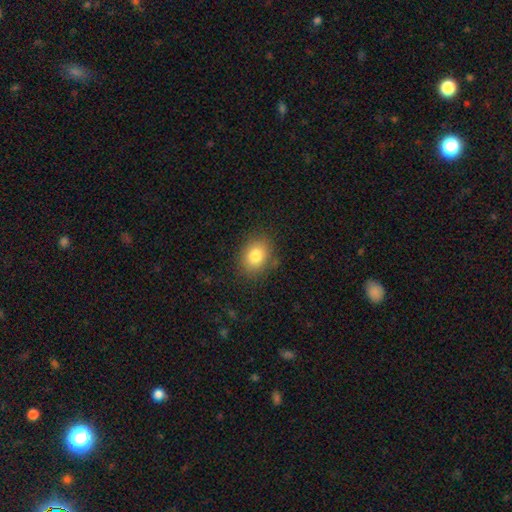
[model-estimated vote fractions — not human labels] smooth-or-featured: smooth: 82% | star or artifact: 9% | featured or disk: 9%
  how-rounded: in between: 62% | round: 37% | cigar-shaped: 1%
  merging: none: 82% | minor disturbance: 13% | major disturbance: 4% | merger: 1%